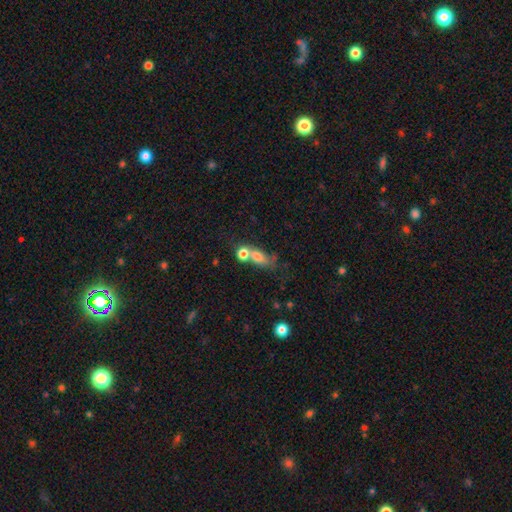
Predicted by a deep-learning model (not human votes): Smooth or featured? Predicted: smooth (p=0.73). How rounded? Predicted: in between (p=0.61). Merging? Predicted: merger (p=0.56).